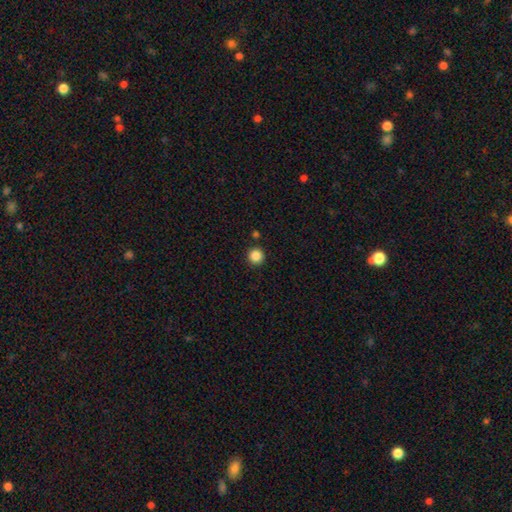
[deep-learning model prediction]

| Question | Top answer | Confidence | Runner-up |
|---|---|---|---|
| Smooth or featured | smooth | 87% | star or artifact (11%) |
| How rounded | round | 96% | in between (3%) |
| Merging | none | 90% | minor disturbance (5%) |